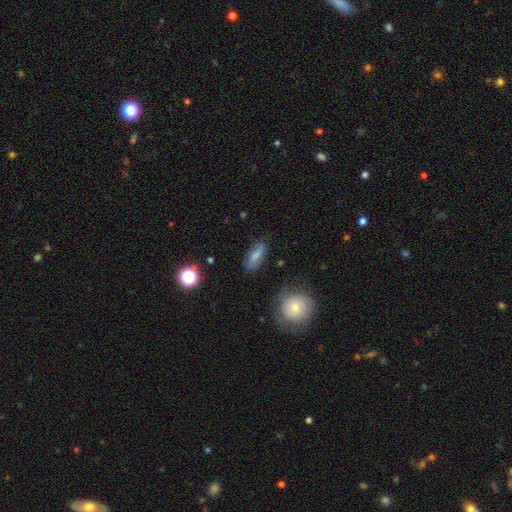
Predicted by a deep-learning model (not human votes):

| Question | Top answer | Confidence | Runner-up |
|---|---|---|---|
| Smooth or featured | smooth | 69% | featured or disk (22%) |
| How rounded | in between | 69% | cigar-shaped (27%) |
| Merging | none | 75% | minor disturbance (17%) |